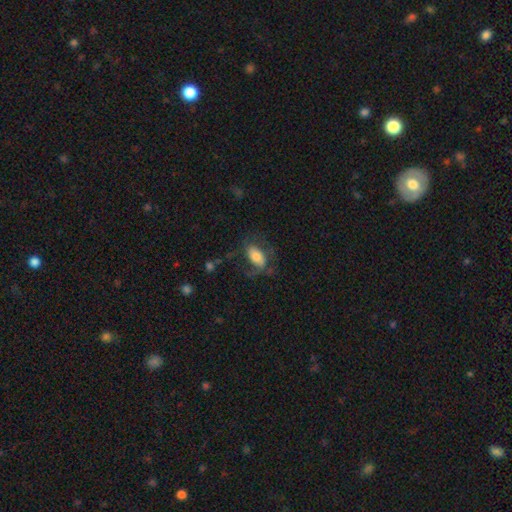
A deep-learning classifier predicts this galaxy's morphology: smooth-or-featured: smooth: 52% | featured or disk: 40% | star or artifact: 8%
  how-rounded: in between: 88% | round: 6% | cigar-shaped: 5%
  merging: none: 52% | major disturbance: 25% | minor disturbance: 21% | merger: 2%